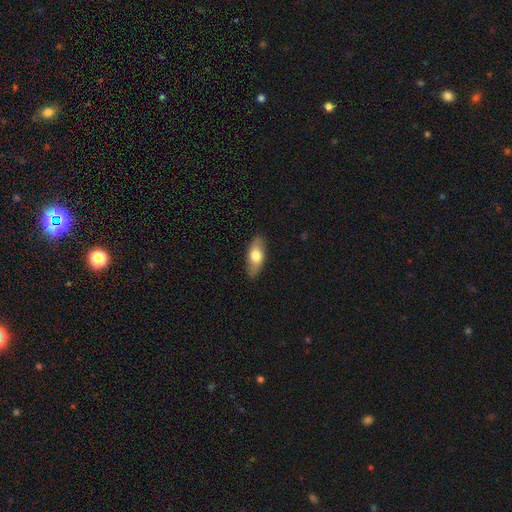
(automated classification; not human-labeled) A smooth galaxy with no disk features (67%) that is in between round and cigar-shaped (79%).

Vote fractions:
- Smooth or featured? smooth: 67% / featured or disk: 28% / star or artifact: 6%
- How rounded? in between: 79% / cigar-shaped: 17% / round: 4%
- Merging? none: 86% / minor disturbance: 11% / major disturbance: 2% / merger: 1%